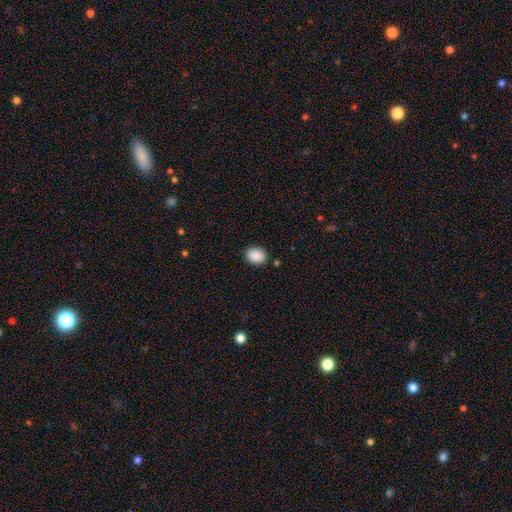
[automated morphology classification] A smooth galaxy with no disk features (89%) that is in between round and cigar-shaped (52%).

Vote fractions:
- Smooth or featured? smooth: 89% / star or artifact: 8% / featured or disk: 3%
- How rounded? in between: 52% / round: 47% / cigar-shaped: 1%
- Merging? none: 89% / minor disturbance: 8% / major disturbance: 2% / merger: 1%